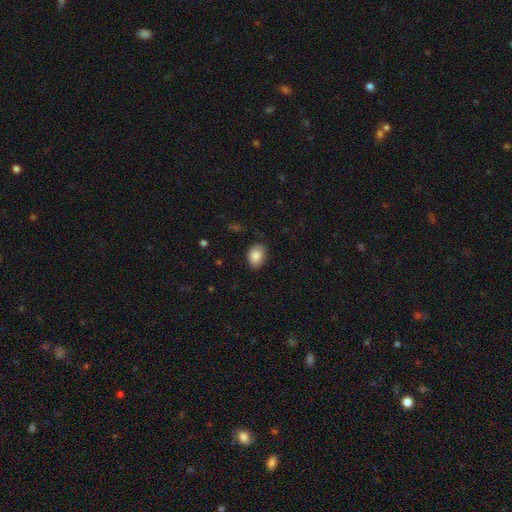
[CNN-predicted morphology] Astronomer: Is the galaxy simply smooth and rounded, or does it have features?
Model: smooth — 87%.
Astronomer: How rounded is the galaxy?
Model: in between — 70%.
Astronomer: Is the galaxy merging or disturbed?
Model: none — 78%.